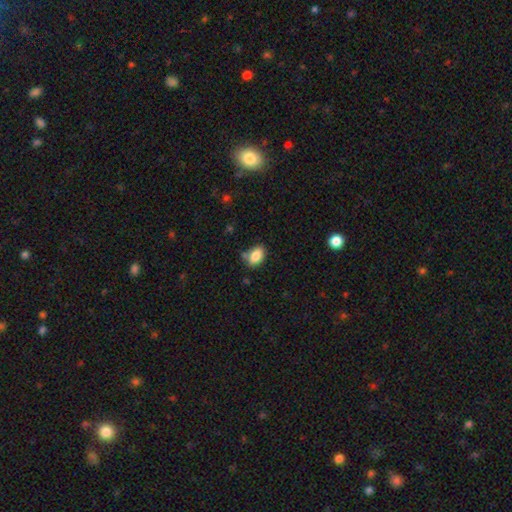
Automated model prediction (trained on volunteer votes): Smooth or featured? smooth (86%)
How rounded? in between (86%)
Merging? none (69%)